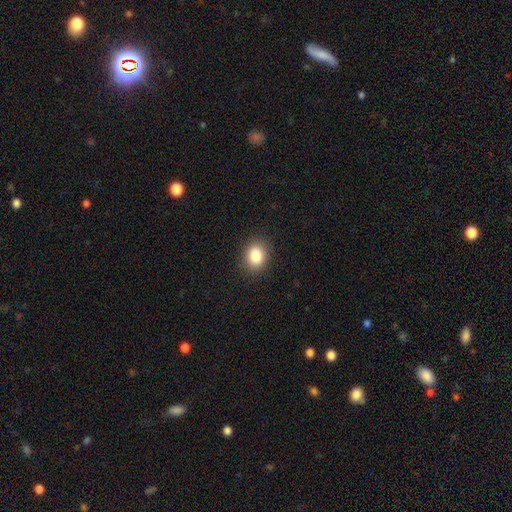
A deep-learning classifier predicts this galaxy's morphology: The model was most divided on "how rounded": in between: 56%, round: 43%, cigar-shaped: 1%. More confident: merging — none (88%); smooth or featured — smooth (85%).